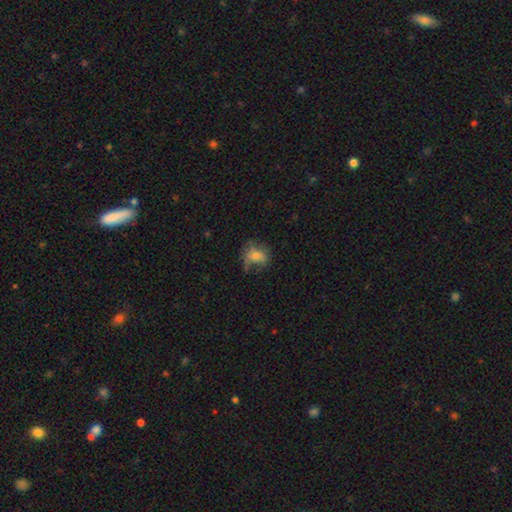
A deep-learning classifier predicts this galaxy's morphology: Smooth or featured?
  - smooth: 54% *
  - featured or disk: 34%
  - star or artifact: 12%
How rounded?
  - in between: 52% *
  - round: 47%
  - cigar-shaped: 2%
Merging?
  - none: 45% *
  - minor disturbance: 27%
  - major disturbance: 26%
  - merger: 3%